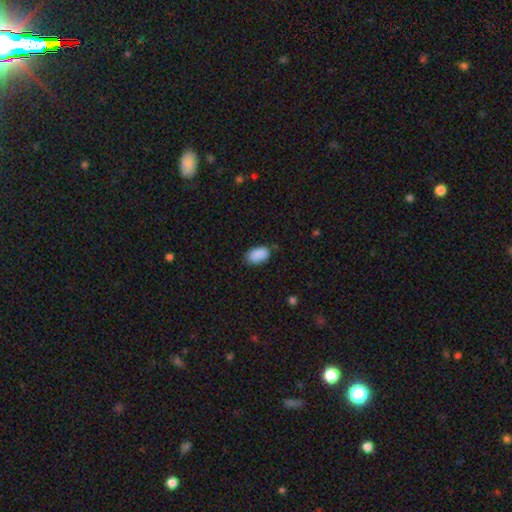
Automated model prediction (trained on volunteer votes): Q: Smooth or featured?
A: smooth (89%); runner-up: star or artifact (7%)
Q: How rounded?
A: in between (93%); runner-up: round (6%)
Q: Merging?
A: none (76%); runner-up: minor disturbance (19%)